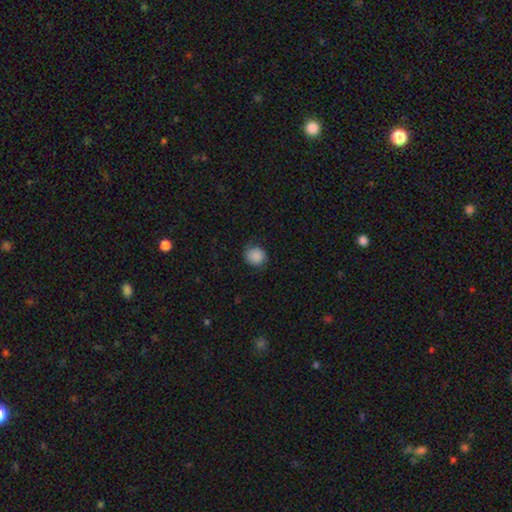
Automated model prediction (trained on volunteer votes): A smooth galaxy with no disk features (87%) that is round (84%).

Vote fractions:
- Smooth or featured? smooth: 87% / star or artifact: 8% / featured or disk: 5%
- How rounded? round: 84% / in between: 15% / cigar-shaped: 1%
- Merging? none: 78% / minor disturbance: 17% / major disturbance: 5% / merger: 1%